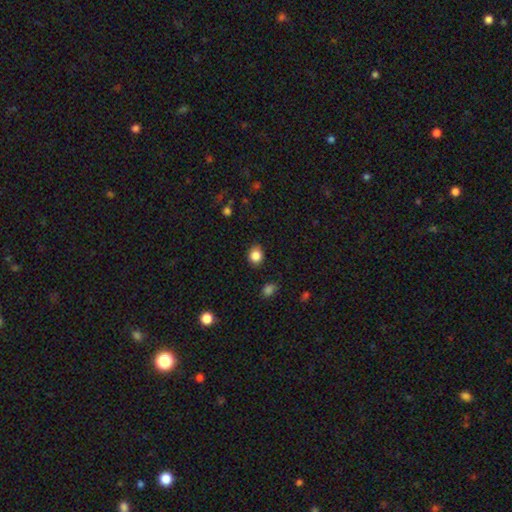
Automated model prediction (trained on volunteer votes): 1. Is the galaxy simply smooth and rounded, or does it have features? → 86% smooth, 10% star or artifact, 4% featured or disk.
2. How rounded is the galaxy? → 72% round, 27% in between, 1% cigar-shaped.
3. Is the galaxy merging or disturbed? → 85% none, 11% minor disturbance, 3% major disturbance, 2% merger.